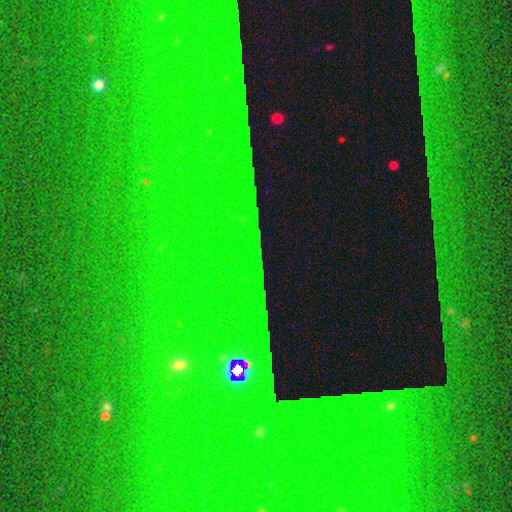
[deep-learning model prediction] Smooth or featured?
  - star or artifact: 83% *
  - featured or disk: 9%
  - smooth: 8%